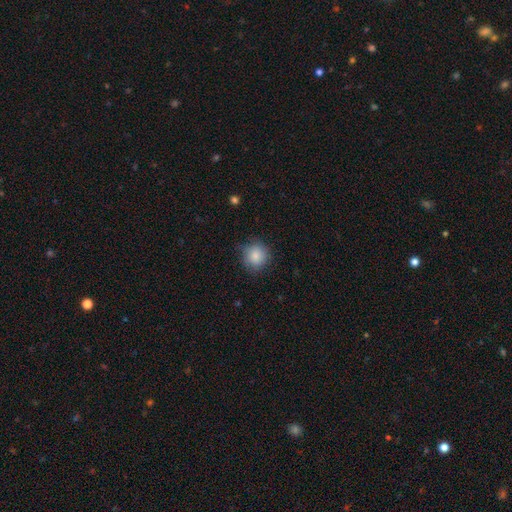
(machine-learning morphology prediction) Smooth or featured: smooth — 85% (star or artifact — 9%)
How rounded: round — 90% (in between — 9%)
Merging: none — 76% (minor disturbance — 19%)